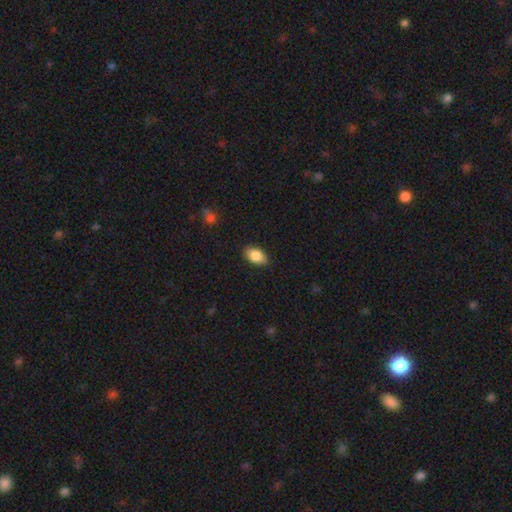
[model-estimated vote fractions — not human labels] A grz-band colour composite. It shows a smooth galaxy with no disk features (86%) that is in between round and cigar-shaped (91%). Merging: none (86%).